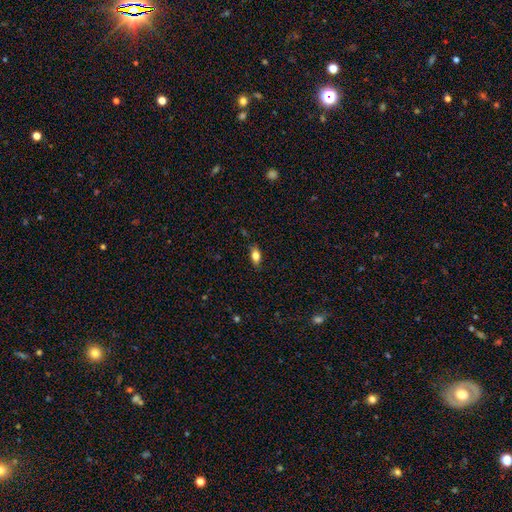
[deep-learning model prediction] Morphology: type=smooth (77%); roundness=in between (83%); merging=none (82%).